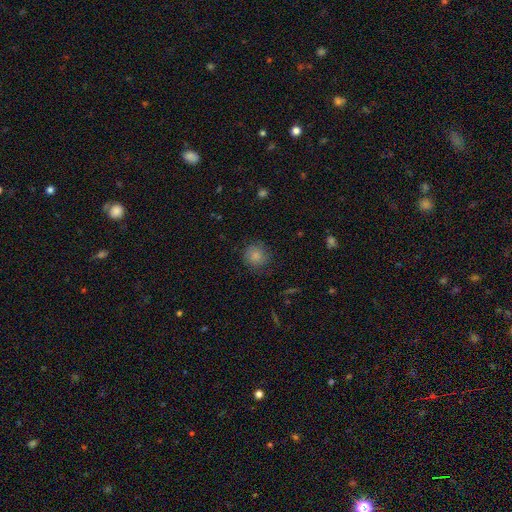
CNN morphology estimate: The model was most divided on "merging": none: 80%, minor disturbance: 15%, major disturbance: 4%, merger: 1%. More confident: how rounded — round (90%); smooth or featured — smooth (83%).